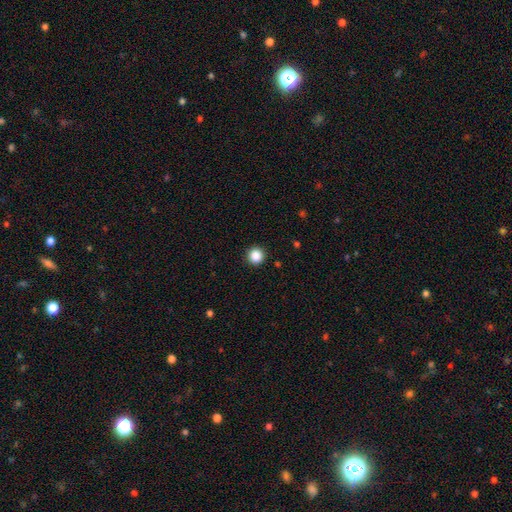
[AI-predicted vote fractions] Smooth or featured?
  - smooth: 87% *
  - star or artifact: 10%
  - featured or disk: 3%
How rounded?
  - round: 95% *
  - in between: 4%
  - cigar-shaped: 1%
Merging?
  - none: 92% *
  - minor disturbance: 5%
  - major disturbance: 2%
  - merger: 1%